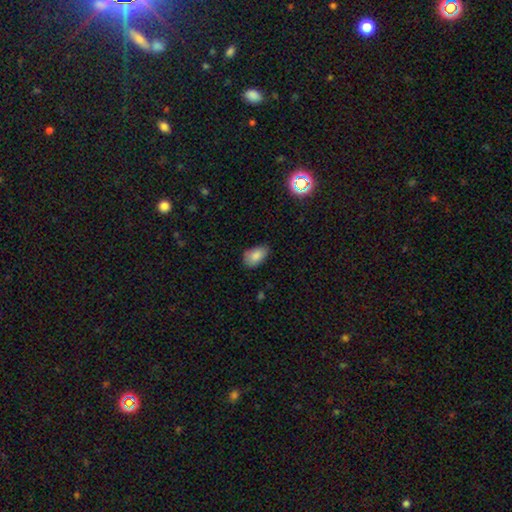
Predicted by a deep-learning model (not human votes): Smooth or featured? Predicted: smooth (p=0.86). How rounded? Predicted: in between (p=0.90). Merging? Predicted: none (p=0.69).